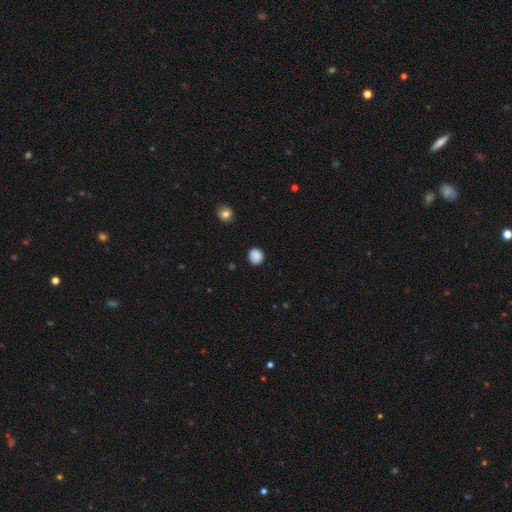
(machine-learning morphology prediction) type=smooth (88%); roundness=round (86%); merging=none (88%).